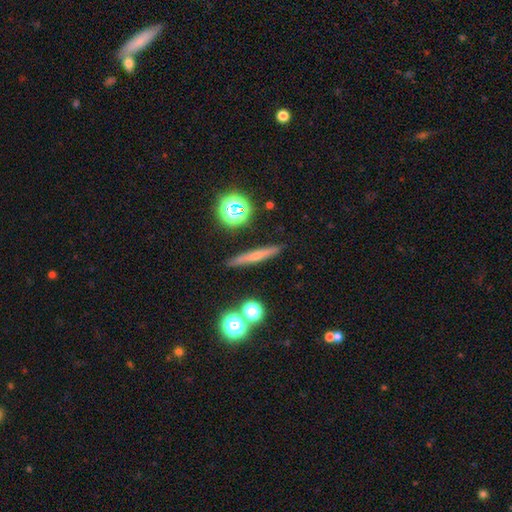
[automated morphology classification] The model was most divided on "smooth or featured": smooth: 49%, featured or disk: 37%, star or artifact: 14%. More confident: merging — none (89%).